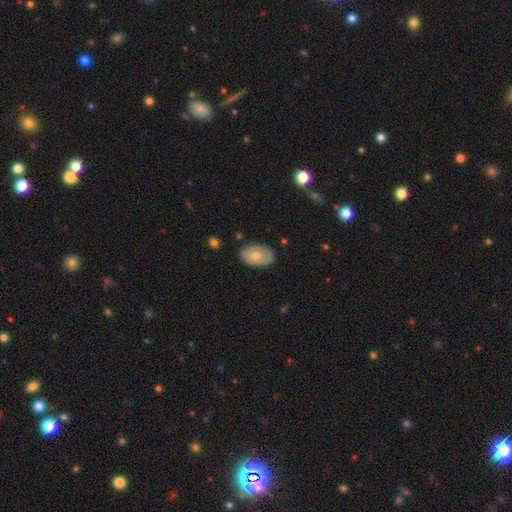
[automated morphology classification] smooth 52%, featured or disk 41%, star or artifact 7%. Down the decision tree: how rounded — in between (86%); merging — none (79%).